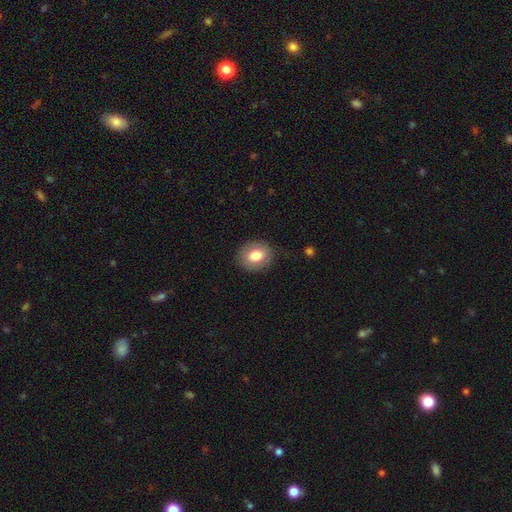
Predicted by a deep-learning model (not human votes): smooth-or-featured: smooth: 77% | featured or disk: 15% | star or artifact: 8%
  how-rounded: round: 62% | in between: 37% | cigar-shaped: 1%
  merging: none: 85% | minor disturbance: 11% | major disturbance: 3% | merger: 1%